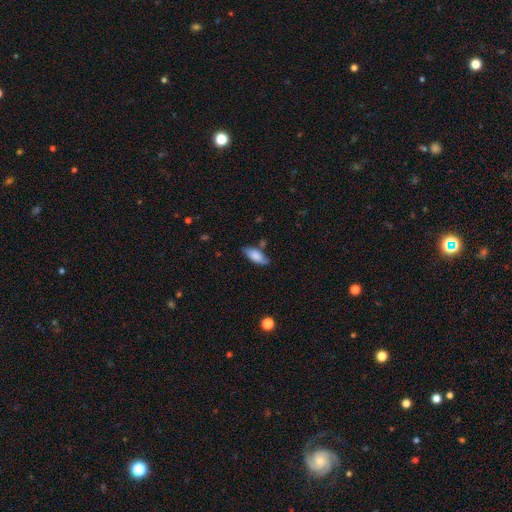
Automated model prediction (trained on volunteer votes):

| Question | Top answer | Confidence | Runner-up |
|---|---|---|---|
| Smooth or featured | smooth | 78% | featured or disk (15%) |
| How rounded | in between | 78% | cigar-shaped (20%) |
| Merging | none | 71% | minor disturbance (21%) |